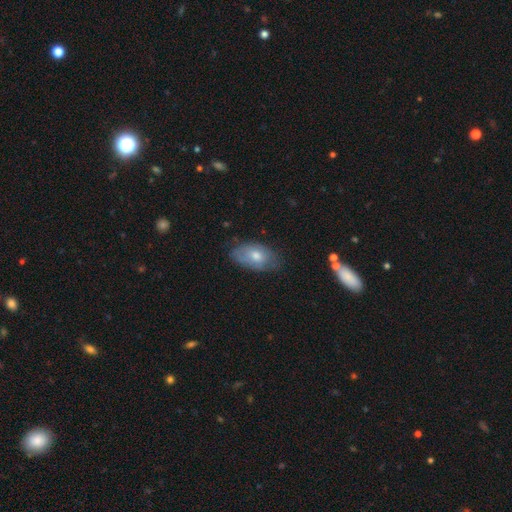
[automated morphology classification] Smooth or featured? smooth (62%)
How rounded? in between (92%)
Merging? none (67%)